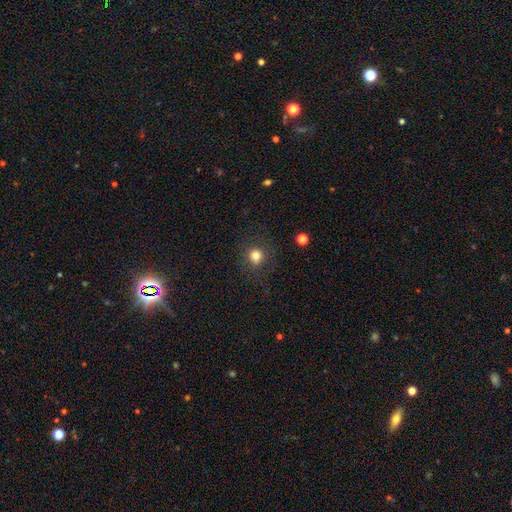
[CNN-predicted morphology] Smooth or featured? smooth (79%)
How rounded? round (89%)
Merging? none (83%)